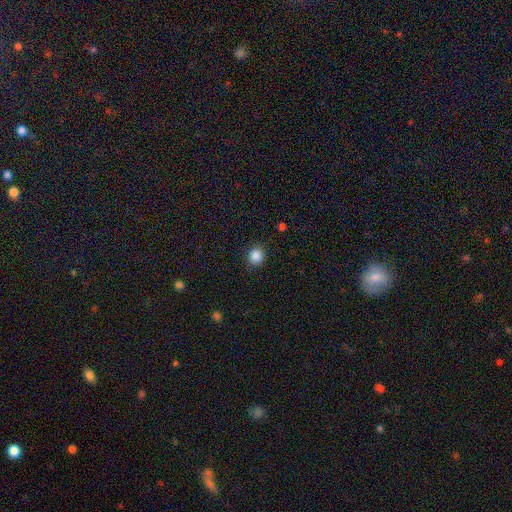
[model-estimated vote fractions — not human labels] smooth 87%, star or artifact 10%, featured or disk 3%. Down the decision tree: how rounded — round (79%); merging — none (89%).